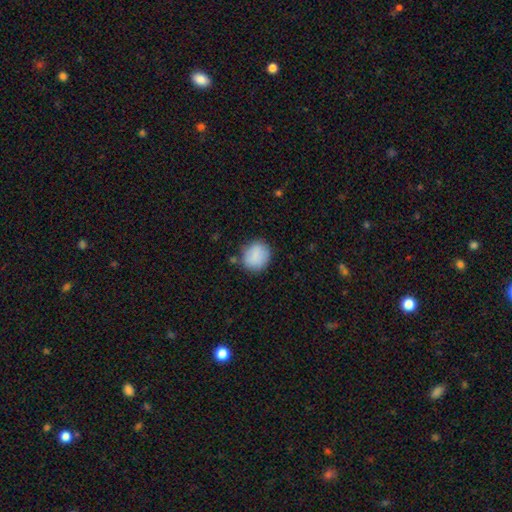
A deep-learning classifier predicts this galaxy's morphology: A smooth galaxy with no disk features (86%) that is round (75%). Merging: none (77%).